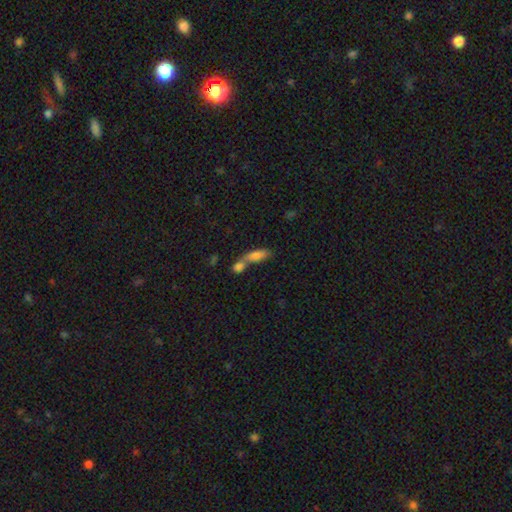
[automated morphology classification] smooth 78%, featured or disk 14%, star or artifact 9%. Down the decision tree: how rounded — in between (66%); merging — merger (64%).